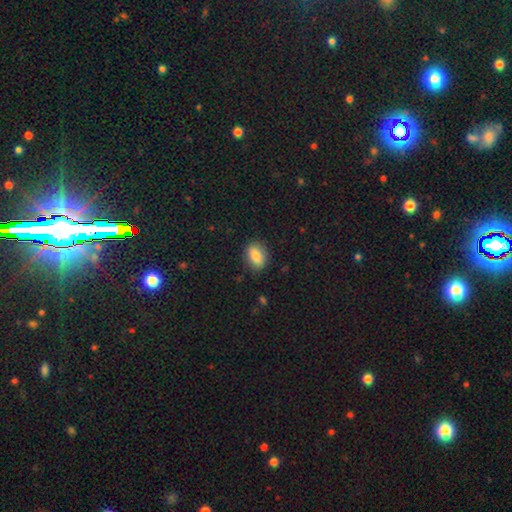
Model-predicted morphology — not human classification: Smooth or featured? smooth (82%)
How rounded? in between (76%)
Merging? none (84%)